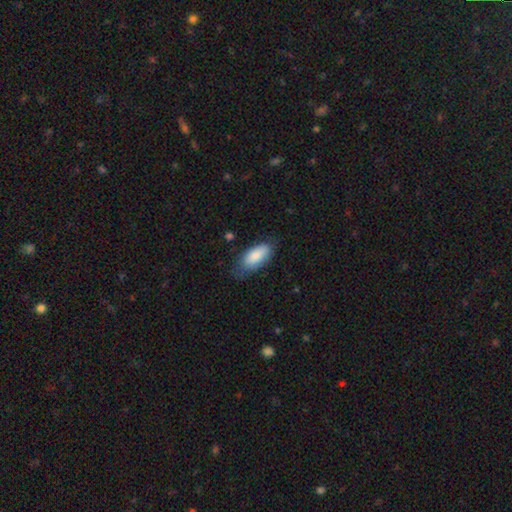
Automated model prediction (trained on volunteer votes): Smooth or featured: smooth — 85% (featured or disk — 9%)
How rounded: in between — 89% (cigar-shaped — 9%)
Merging: none — 63% (minor disturbance — 27%)